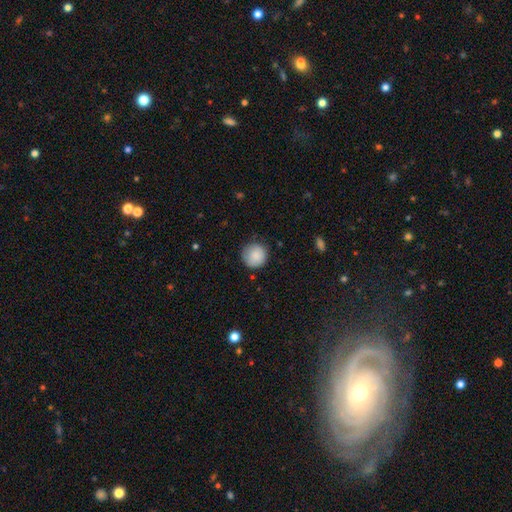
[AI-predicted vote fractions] Overall: smooth (86%). How rounded: round (94%). Merging: none (81%).